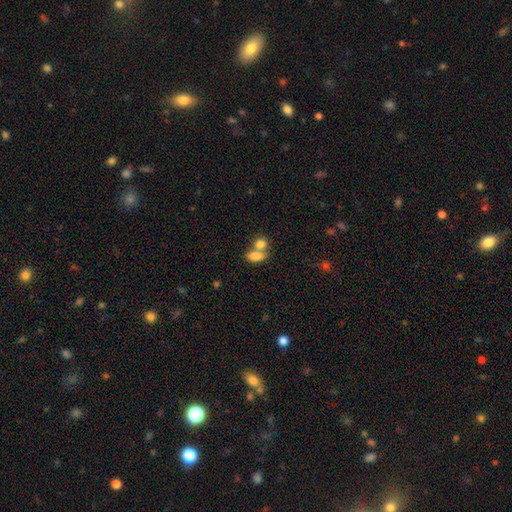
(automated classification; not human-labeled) smooth-or-featured: smooth: 81% | featured or disk: 10% | star or artifact: 9%
  how-rounded: in between: 82% | round: 14% | cigar-shaped: 4%
  merging: merger: 57% | none: 32% | minor disturbance: 8% | major disturbance: 4%